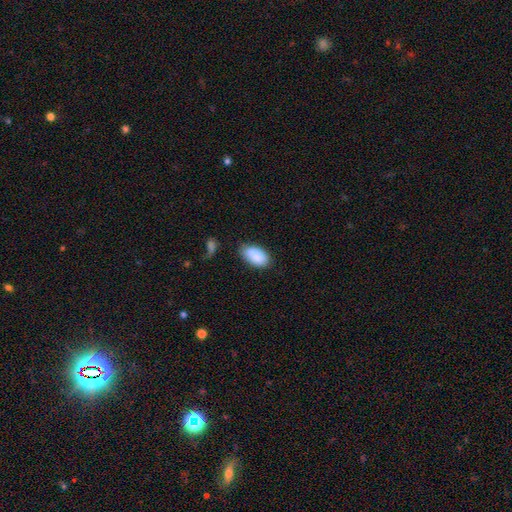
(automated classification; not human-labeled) smooth_or_featured: smooth (p=0.88) [alt: star or artifact p=0.06]
how_rounded: in between (p=0.95) [alt: round p=0.03]
merging: none (p=0.70) [alt: minor disturbance p=0.21]